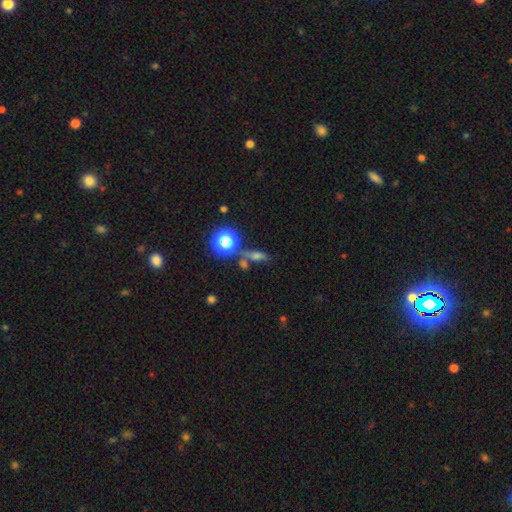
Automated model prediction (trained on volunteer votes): Morphology: type=smooth (47%); merging=none (65%).